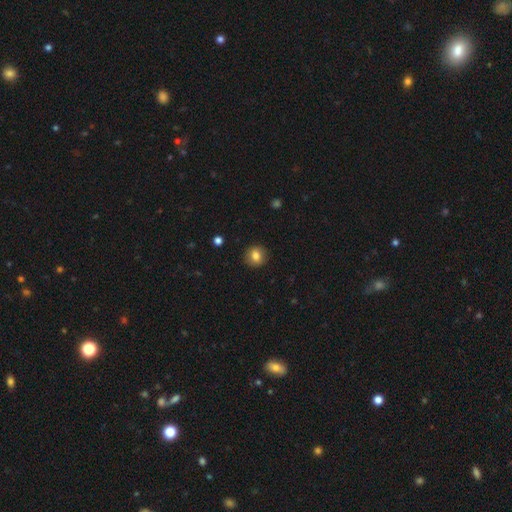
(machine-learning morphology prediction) The model was most divided on "smooth or featured": smooth: 82%, star or artifact: 10%, featured or disk: 8%. More confident: merging — none (90%); how rounded — round (86%).